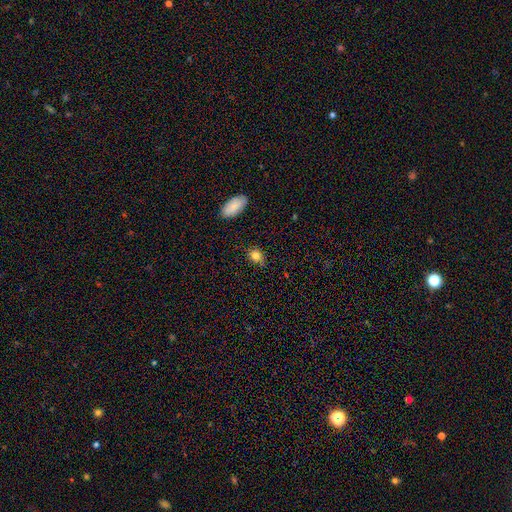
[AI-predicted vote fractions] Smooth or featured?
  - smooth: 83% *
  - star or artifact: 11%
  - featured or disk: 6%
How rounded?
  - round: 57% *
  - in between: 41%
  - cigar-shaped: 2%
Merging?
  - none: 81% *
  - minor disturbance: 14%
  - major disturbance: 3%
  - merger: 2%